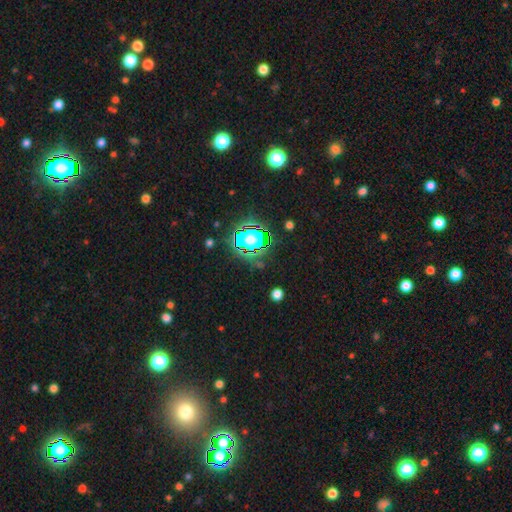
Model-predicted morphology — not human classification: smooth-or-featured: star or artifact: 80% | smooth: 12% | featured or disk: 8%